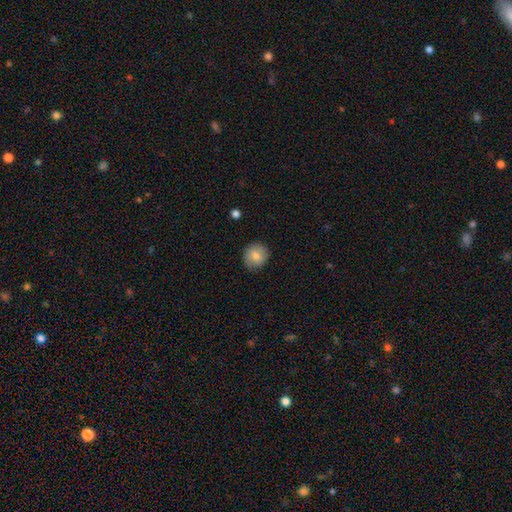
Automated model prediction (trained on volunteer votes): Q: Smooth or featured?
A: smooth (79%); runner-up: featured or disk (13%)
Q: How rounded?
A: round (80%); runner-up: in between (19%)
Q: Merging?
A: none (83%); runner-up: minor disturbance (13%)